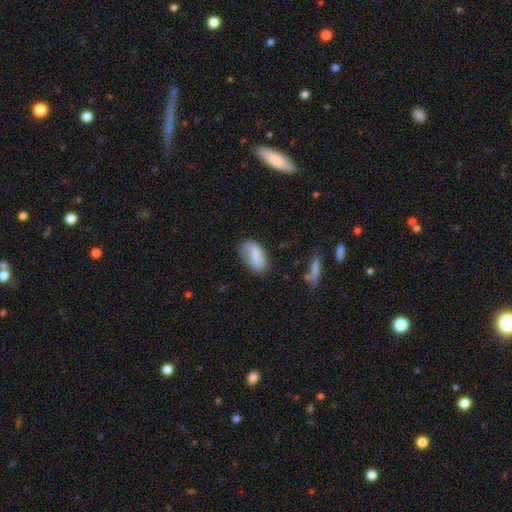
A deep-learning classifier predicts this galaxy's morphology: smooth_or_featured: smooth (p=0.64) [alt: featured or disk p=0.29]
how_rounded: in between (p=0.90) [alt: round p=0.07]
merging: none (p=0.56) [alt: minor disturbance p=0.27]